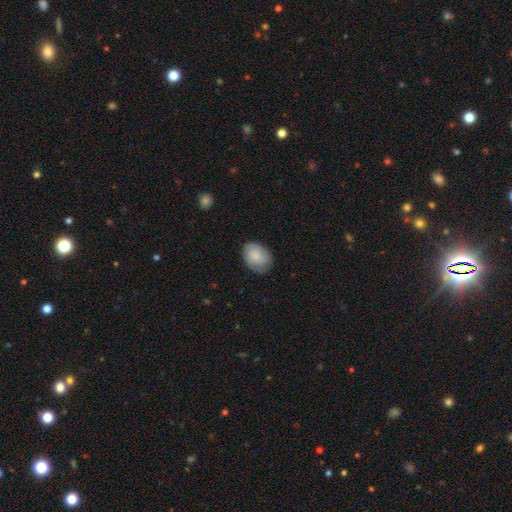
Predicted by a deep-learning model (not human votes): Smooth or featured? smooth (68%)
How rounded? in between (66%)
Merging? none (76%)